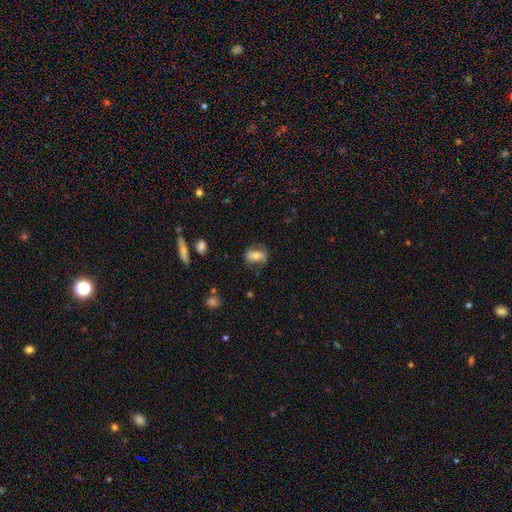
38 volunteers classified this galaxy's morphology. Volunteers were most divided on "smooth or featured": smooth: 61%, featured or disk: 34%, star or artifact: 5%. More confident: how rounded — in between (83%); merging — none (64%).